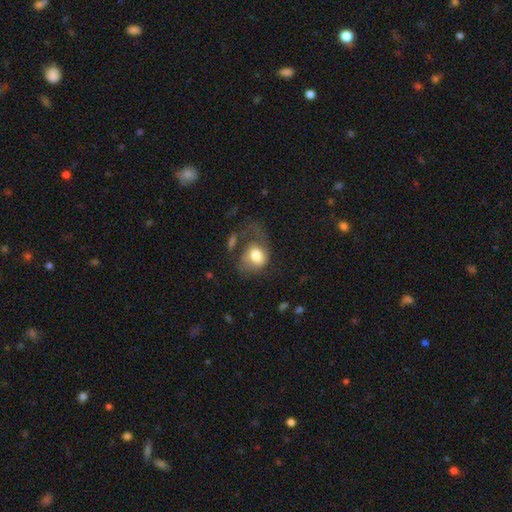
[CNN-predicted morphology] smooth-or-featured: smooth: 67% | featured or disk: 26% | star or artifact: 8%
  how-rounded: in between: 53% | round: 46% | cigar-shaped: 1%
  merging: major disturbance: 53% | none: 22% | minor disturbance: 19% | merger: 7%